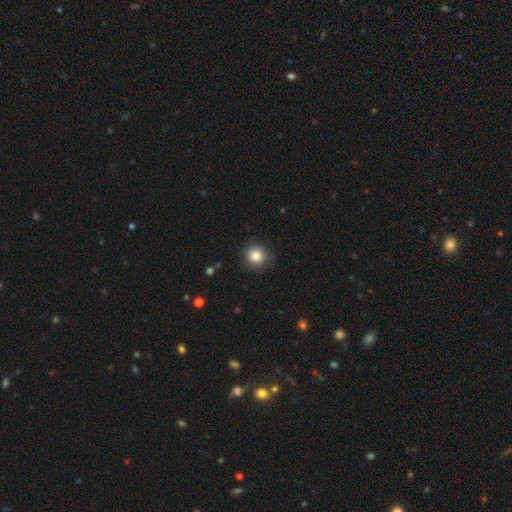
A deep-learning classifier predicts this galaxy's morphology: smooth-or-featured: smooth: 85% | star or artifact: 9% | featured or disk: 5%
  how-rounded: round: 91% | in between: 8% | cigar-shaped: 1%
  merging: none: 85% | minor disturbance: 10% | major disturbance: 3% | merger: 1%